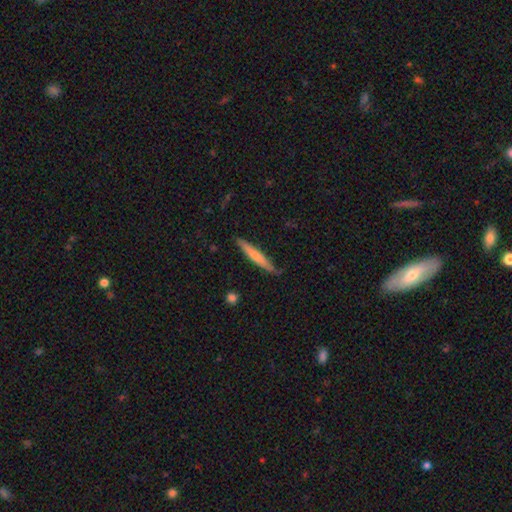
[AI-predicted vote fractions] Q: Smooth or featured?
A: smooth (65%); runner-up: featured or disk (30%)
Q: How rounded?
A: cigar-shaped (95%); runner-up: in between (4%)
Q: Merging?
A: none (81%); runner-up: minor disturbance (15%)